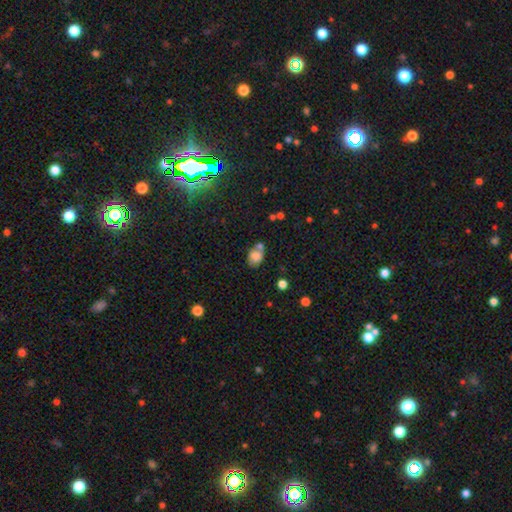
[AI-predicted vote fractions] smooth_or_featured: smooth (p=0.78) [alt: featured or disk p=0.12]
how_rounded: in between (p=0.61) [alt: round p=0.38]
merging: none (p=0.43) [alt: merger p=0.34]